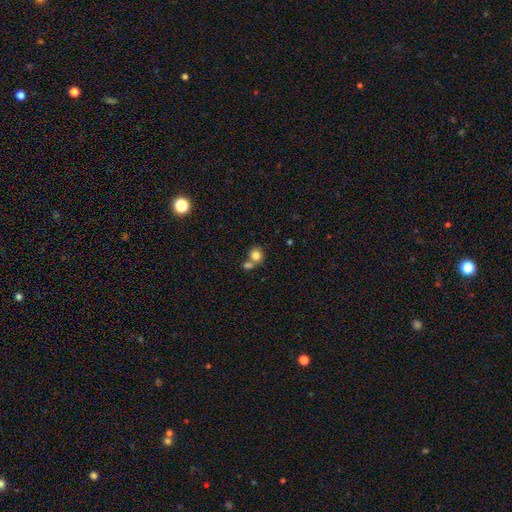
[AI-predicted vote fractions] A smooth galaxy with no disk features (81%) that is round (79%). Merging: none (47%).